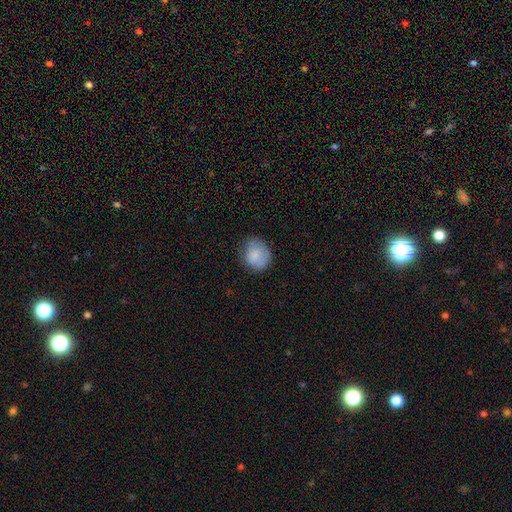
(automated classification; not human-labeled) Overall: smooth (80%). How rounded: round (69%; in between 30%). Merging: none (62%; minor disturbance 27%).